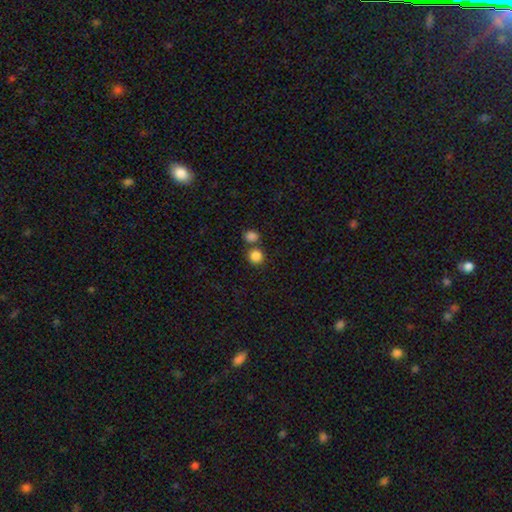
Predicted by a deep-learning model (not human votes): Smooth or featured: smooth — 86% (star or artifact — 10%)
How rounded: round — 88% (in between — 11%)
Merging: none — 65% (merger — 25%)